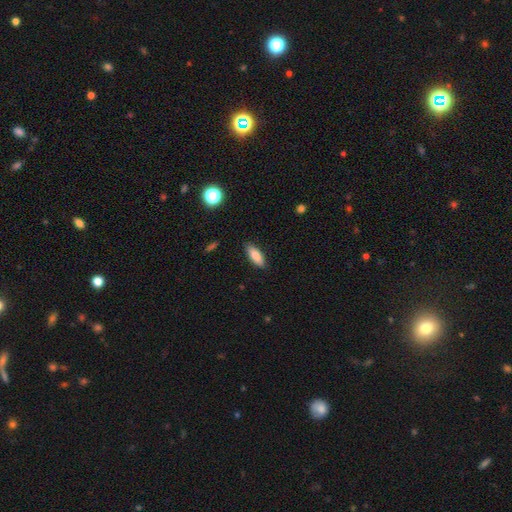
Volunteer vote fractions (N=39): Smooth or featured?
  - smooth: 85% *
  - featured or disk: 8%
  - star or artifact: 8%
How rounded?
  - in between: 73% *
  - cigar-shaped: 24%
  - round: 3%
Merging?
  - none: 83% *
  - minor disturbance: 17%
  - major disturbance: 0%
  - merger: 0%